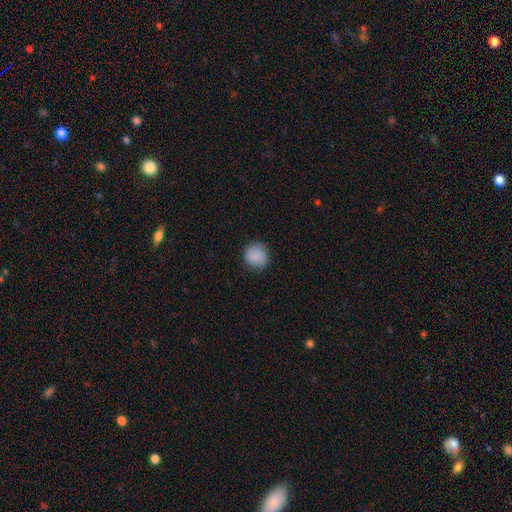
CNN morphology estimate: A smooth galaxy with no disk features (88%) that is round (90%). Merging: none (86%).